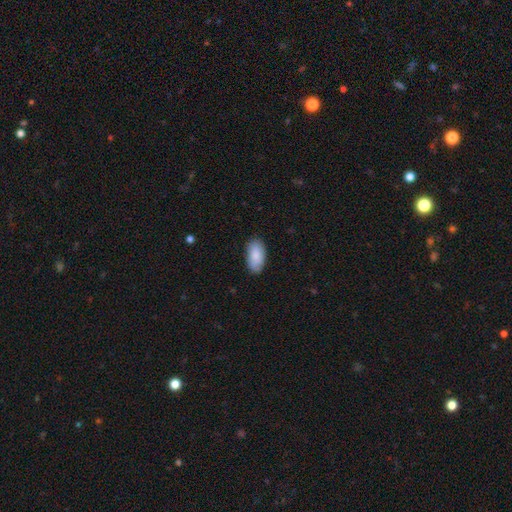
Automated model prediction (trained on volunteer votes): A smooth galaxy with no disk features (86%) that is in between round and cigar-shaped (94%).

Vote fractions:
- Smooth or featured? smooth: 86% / featured or disk: 8% / star or artifact: 6%
- How rounded? in between: 94% / cigar-shaped: 4% / round: 2%
- Merging? none: 83% / minor disturbance: 13% / major disturbance: 2% / merger: 1%